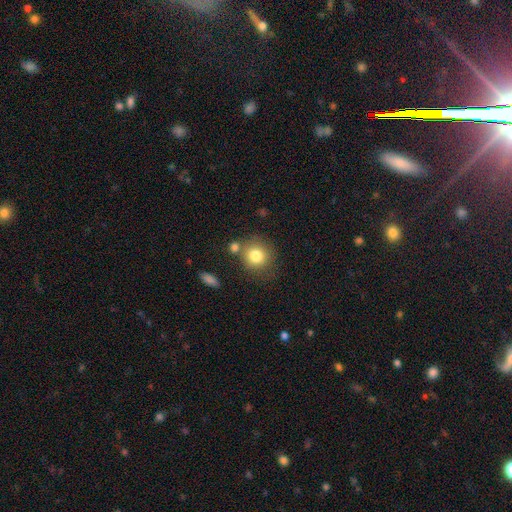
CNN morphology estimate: Q: Smooth or featured?
A: smooth (81%); runner-up: star or artifact (10%)
Q: How rounded?
A: round (86%); runner-up: in between (13%)
Q: Merging?
A: none (67%); runner-up: merger (15%)